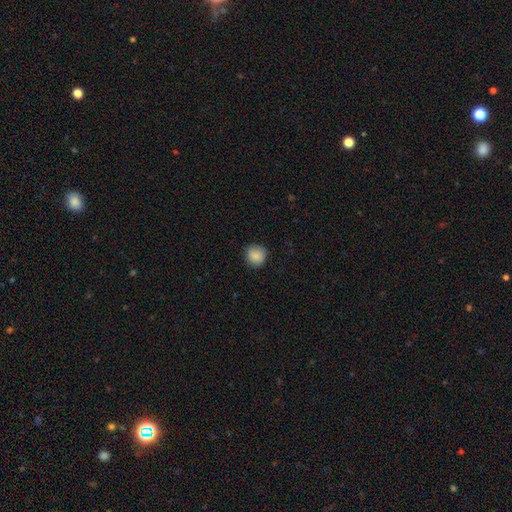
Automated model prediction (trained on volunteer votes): A smooth galaxy with no disk features (88%) that is round (93%).

Vote fractions:
- Smooth or featured? smooth: 88% / star or artifact: 8% / featured or disk: 4%
- How rounded? round: 93% / in between: 6% / cigar-shaped: 1%
- Merging? none: 89% / minor disturbance: 8% / major disturbance: 2% / merger: 1%